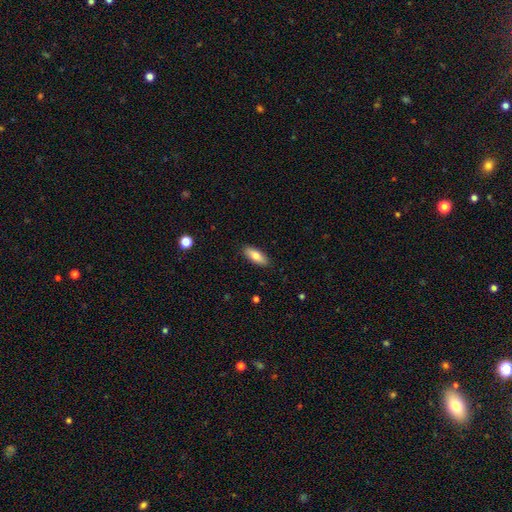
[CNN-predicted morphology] Smooth or featured? smooth (78%)
How rounded? in between (72%)
Merging? none (89%)